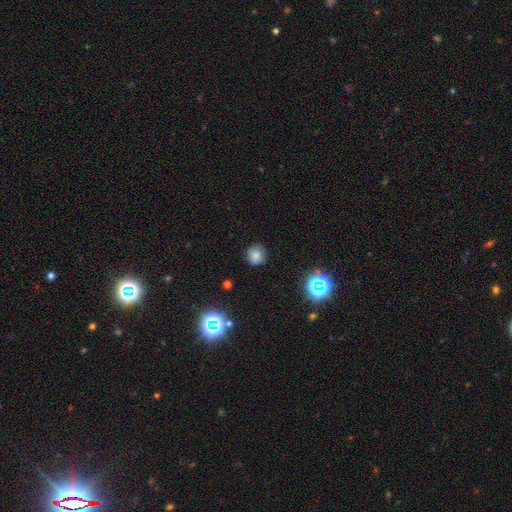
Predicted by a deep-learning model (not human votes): This appears to be a smooth galaxy with no disk features (77%) that is round (84%). Merging: none (82%).